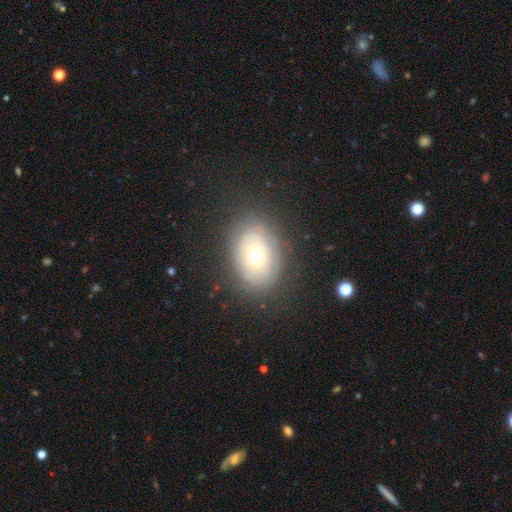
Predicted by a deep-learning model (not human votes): This appears to be a smooth galaxy with no disk features (55%) that is in between round and cigar-shaped (68%). Merging: none (76%).